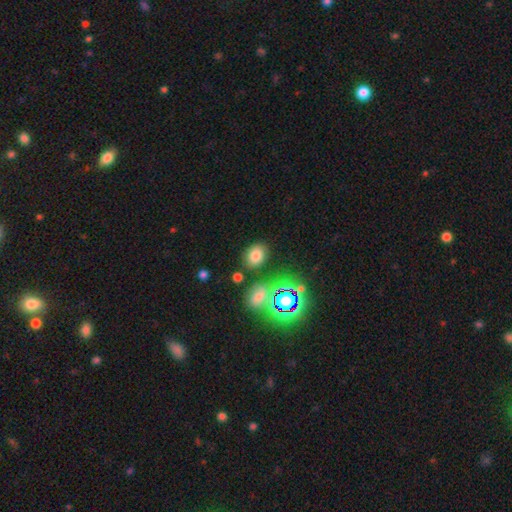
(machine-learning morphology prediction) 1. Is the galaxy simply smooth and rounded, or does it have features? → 72% smooth, 19% star or artifact, 8% featured or disk.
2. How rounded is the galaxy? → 69% in between, 30% round, 1% cigar-shaped.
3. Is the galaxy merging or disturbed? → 79% none, 11% minor disturbance, 6% merger, 4% major disturbance.